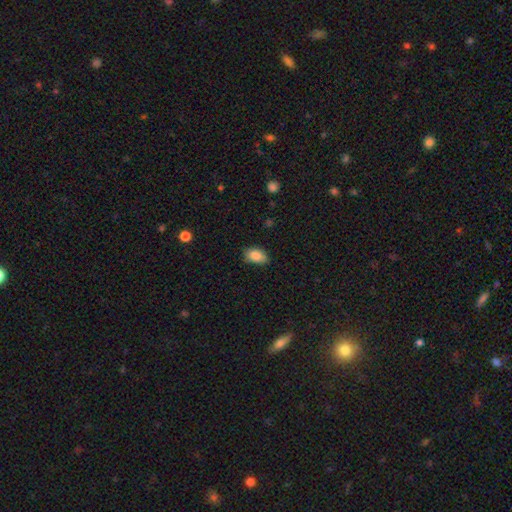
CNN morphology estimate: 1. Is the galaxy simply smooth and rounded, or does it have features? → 87% smooth, 8% star or artifact, 5% featured or disk.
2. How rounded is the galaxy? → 90% in between, 8% round, 2% cigar-shaped.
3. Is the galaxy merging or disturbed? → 79% none, 17% minor disturbance, 3% major disturbance, 1% merger.